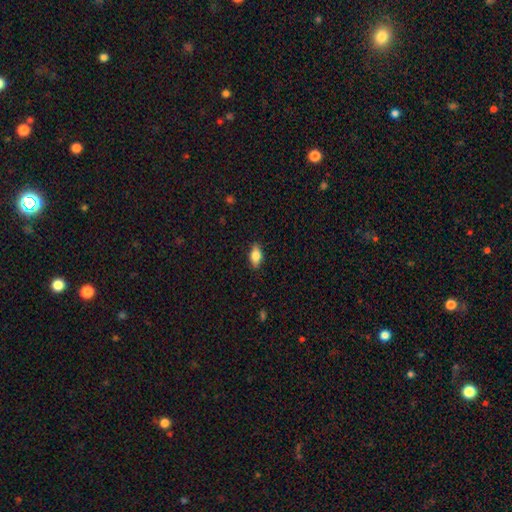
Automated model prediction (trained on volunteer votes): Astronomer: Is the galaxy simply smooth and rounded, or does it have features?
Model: smooth — 76%.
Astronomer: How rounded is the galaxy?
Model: in between — 85%.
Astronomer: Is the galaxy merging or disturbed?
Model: none — 86%.